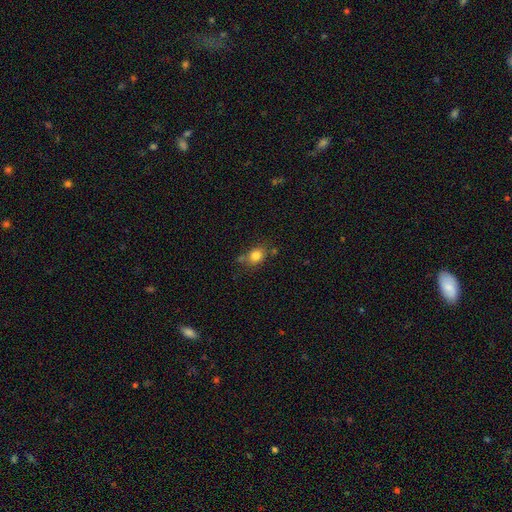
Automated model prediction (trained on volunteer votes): smooth 81%, star or artifact 11%, featured or disk 8%. Down the decision tree: how rounded — round (55%); merging — none (65%).